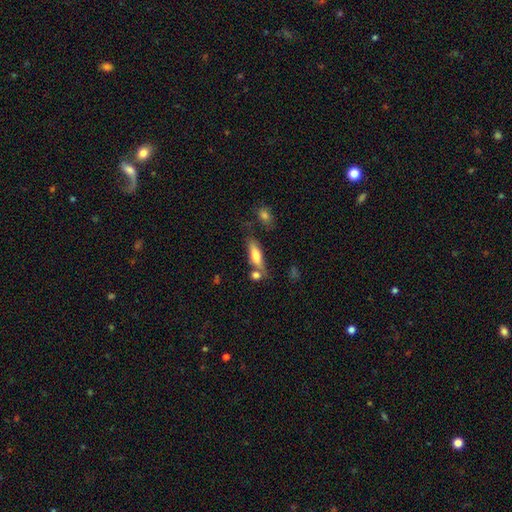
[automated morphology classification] Smooth or featured?
  - smooth: 67% *
  - featured or disk: 27%
  - star or artifact: 7%
How rounded?
  - cigar-shaped: 49% * (tied)
  - in between: 49% * (tied)
  - round: 3%
Merging?
  - none: 59% *
  - merger: 19%
  - minor disturbance: 17%
  - major disturbance: 6%